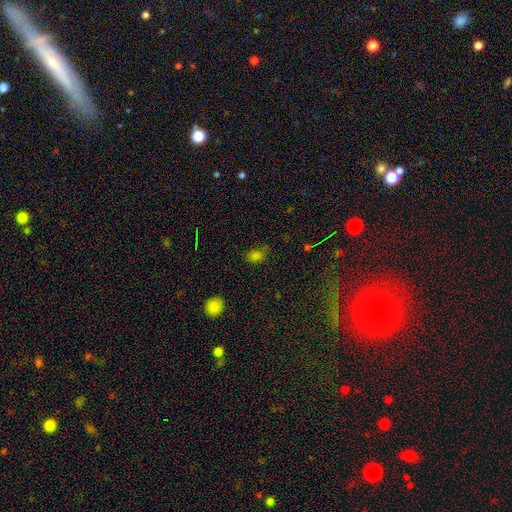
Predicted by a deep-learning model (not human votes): Smooth or featured? smooth (70%)
How rounded? in between (69%)
Merging? none (66%)